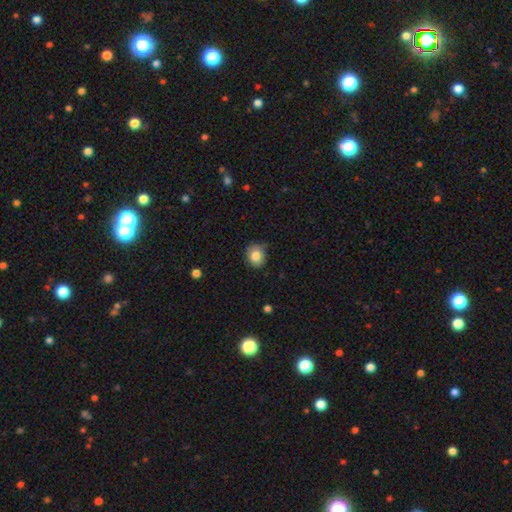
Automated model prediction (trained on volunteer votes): The model was most divided on "how rounded": round: 69%, in between: 30%, cigar-shaped: 1%. More confident: smooth or featured — smooth (81%); merging — none (78%).